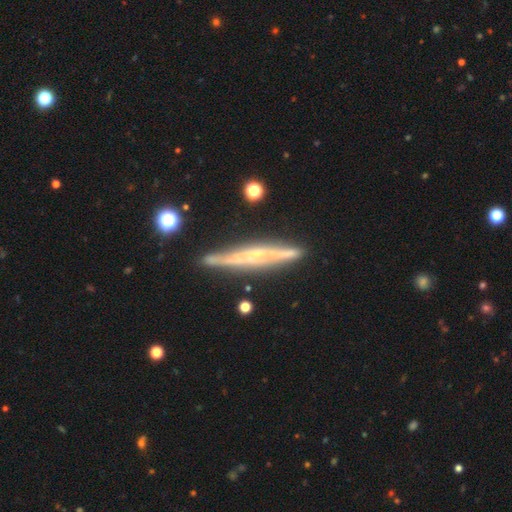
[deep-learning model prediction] Smooth or featured? Predicted: featured or disk (p=0.78). Edge-on disk? Predicted: yes (p=0.95). Edge-on bulge? Predicted: rounded (p=0.51). Merging? Predicted: none (p=0.81).